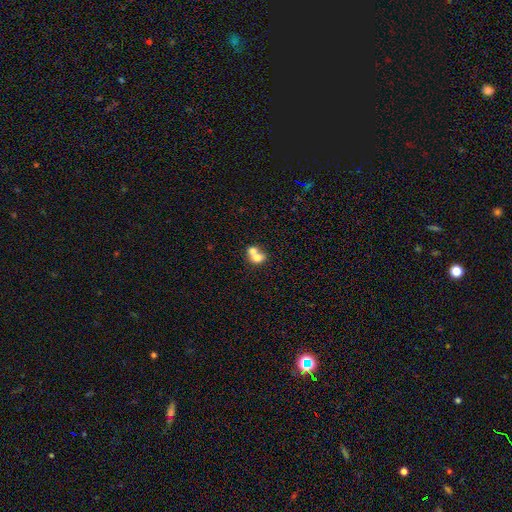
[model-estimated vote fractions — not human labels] Overall: smooth (69%). How rounded: round (56%; in between 43%). Merging: merger (69%).